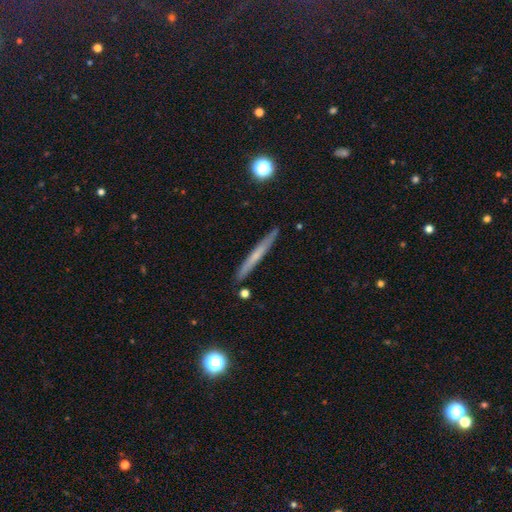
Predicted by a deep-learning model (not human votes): Smooth or featured: smooth — 47% (featured or disk — 46%)
Merging: none — 90% (minor disturbance — 7%)